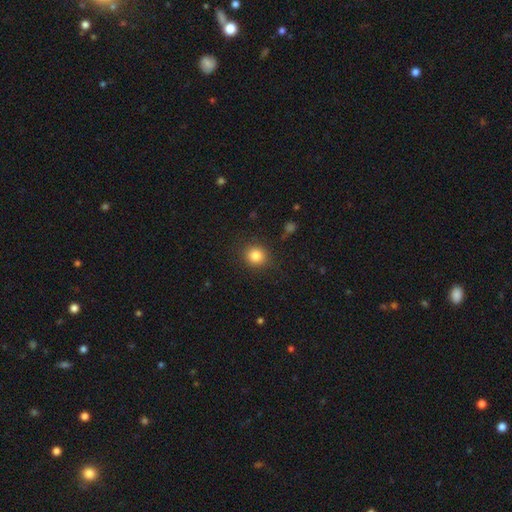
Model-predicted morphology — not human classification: The model was most divided on "smooth or featured": smooth: 83%, star or artifact: 11%, featured or disk: 6%. More confident: merging — none (88%); how rounded — round (86%).